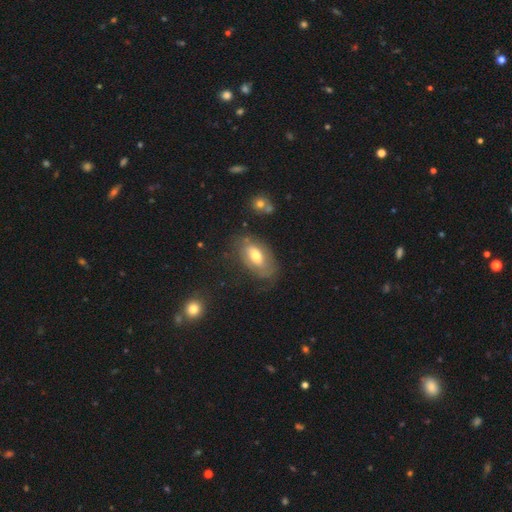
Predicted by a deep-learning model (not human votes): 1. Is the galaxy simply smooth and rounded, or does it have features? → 48% smooth, 44% featured or disk, 8% star or artifact.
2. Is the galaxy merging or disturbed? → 63% none, 23% minor disturbance, 11% major disturbance, 3% merger.